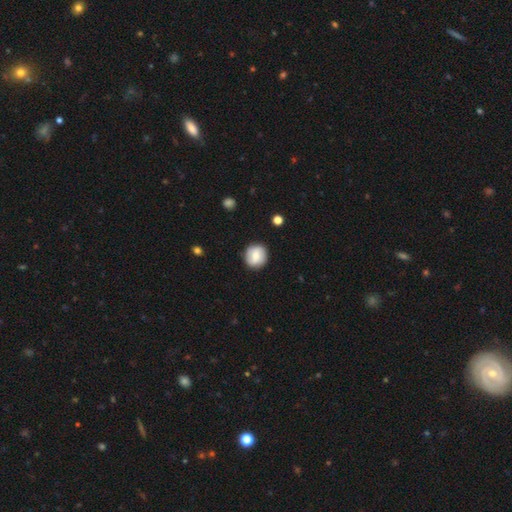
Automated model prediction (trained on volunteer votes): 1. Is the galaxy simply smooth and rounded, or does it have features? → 68% smooth, 25% featured or disk, 7% star or artifact.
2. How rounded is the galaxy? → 86% round, 13% in between, 1% cigar-shaped.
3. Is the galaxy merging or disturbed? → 86% none, 10% minor disturbance, 2% major disturbance, 1% merger.